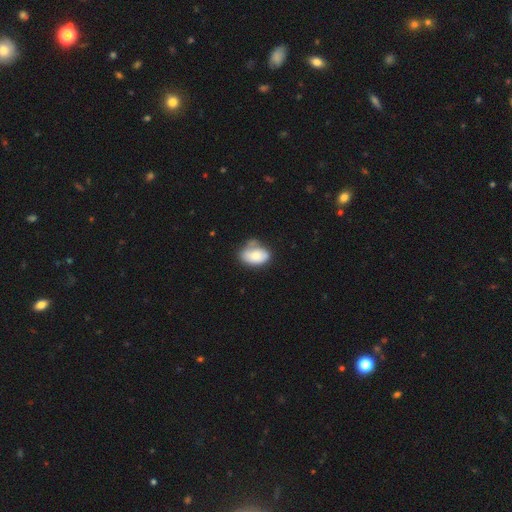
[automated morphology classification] Smooth or featured? Predicted: smooth (p=0.74). How rounded? Predicted: in between (p=0.87). Merging? Predicted: none (p=0.39).